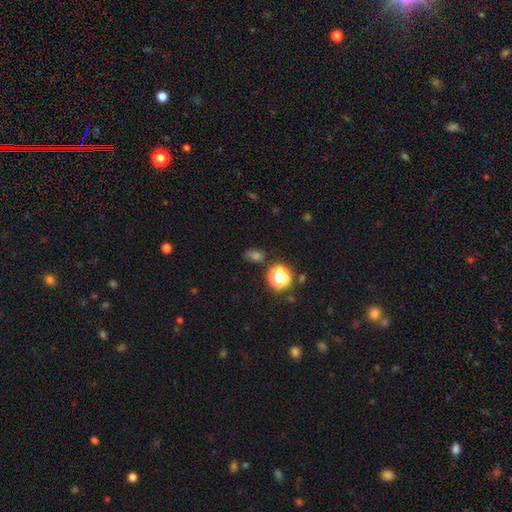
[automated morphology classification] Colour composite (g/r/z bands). It shows a smooth galaxy with no disk features (49%). Merging: none (78%).